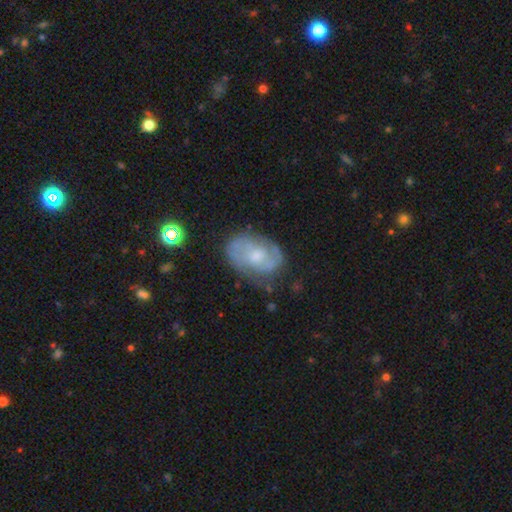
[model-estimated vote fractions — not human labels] This is likely a featured or disk galaxy (72%). It is clearly not viewed edge-on (97%). Bar: possibly no (60%). Spiral arm pattern: clearly yes (83%). Spiral arm count: likely 2 (61%). Spiral winding: marginally medium (42%). Central bulge: marginally small (45%). Merging: likely none (68%).